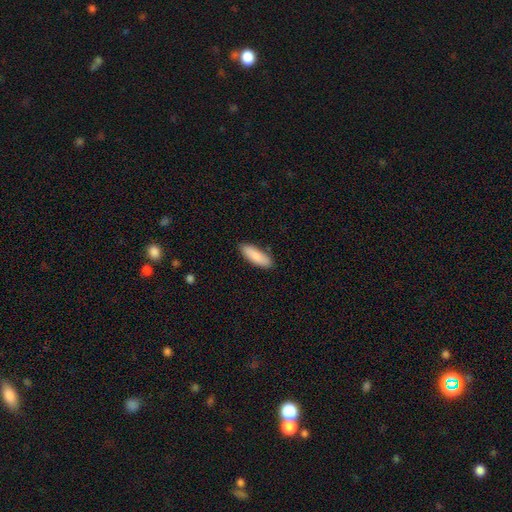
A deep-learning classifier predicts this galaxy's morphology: A smooth galaxy with no disk features (88%) that is in between round and cigar-shaped (64%).

Vote fractions:
- Smooth or featured? smooth: 88% / featured or disk: 7% / star or artifact: 6%
- How rounded? in between: 64% / cigar-shaped: 35% / round: 1%
- Merging? none: 86% / minor disturbance: 11% / major disturbance: 2% / merger: 1%